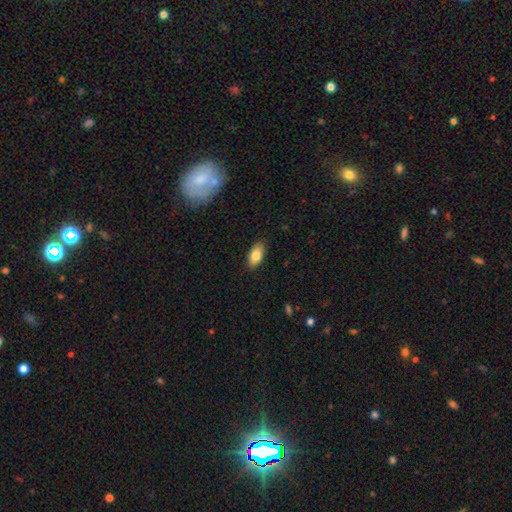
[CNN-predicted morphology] Q: Smooth or featured?
A: smooth (81%); runner-up: featured or disk (12%)
Q: How rounded?
A: in between (91%); runner-up: cigar-shaped (6%)
Q: Merging?
A: none (86%); runner-up: minor disturbance (11%)